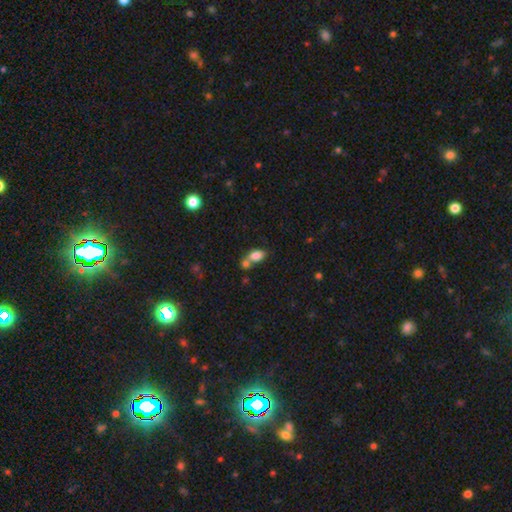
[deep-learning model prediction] smooth 81%, featured or disk 10%, star or artifact 9%. Down the decision tree: how rounded — in between (86%); merging — merger (45%).